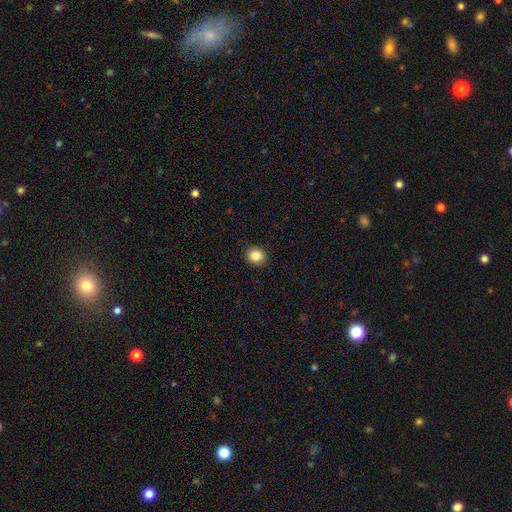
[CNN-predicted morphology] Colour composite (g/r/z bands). It shows a smooth galaxy with no disk features (86%) that is round (81%). Merging: none (92%).